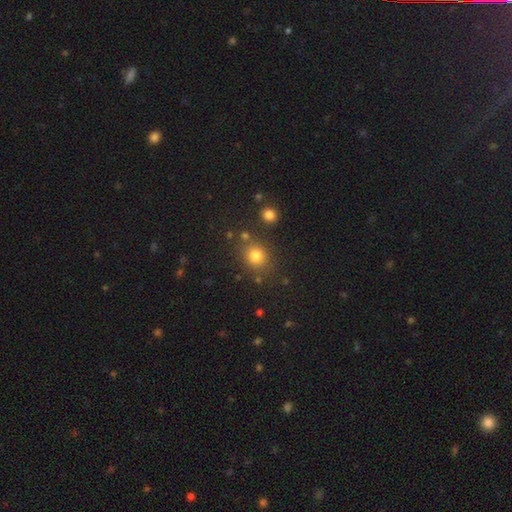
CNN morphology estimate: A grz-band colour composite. It shows a smooth galaxy with no disk features (79%) that is round (76%). Merging: none (78%).